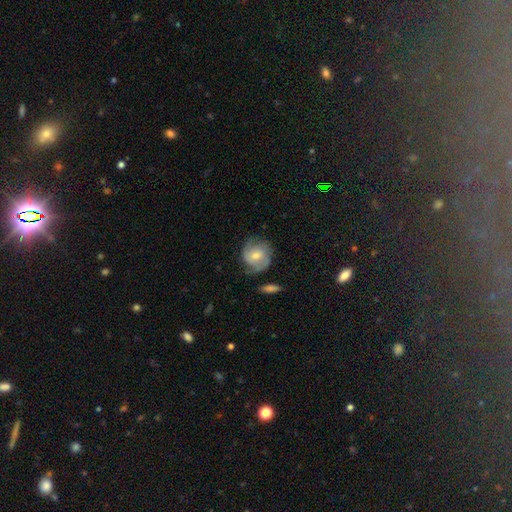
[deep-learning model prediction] Overall: featured or disk (53%; smooth 40%). Edge-on disk: no (96%). Bar: no (53%; weak 37%). Spiral arms: yes (82%). Bulge size: moderate (52%; small 41%). Merging: none (65%).